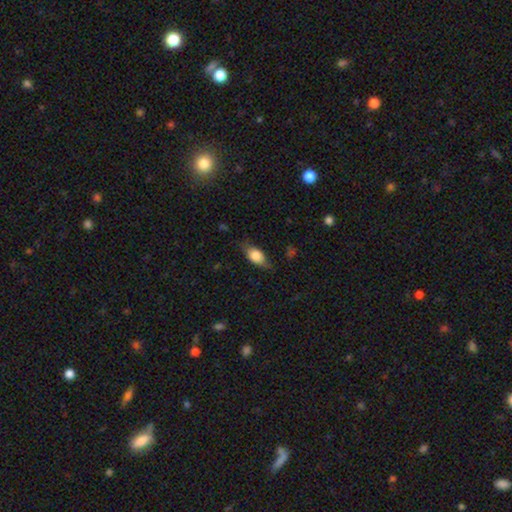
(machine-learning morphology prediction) smooth_or_featured: smooth (p=0.74) [alt: featured or disk p=0.19]
how_rounded: in between (p=0.84) [alt: cigar-shaped p=0.09]
merging: none (p=0.70) [alt: minor disturbance p=0.23]